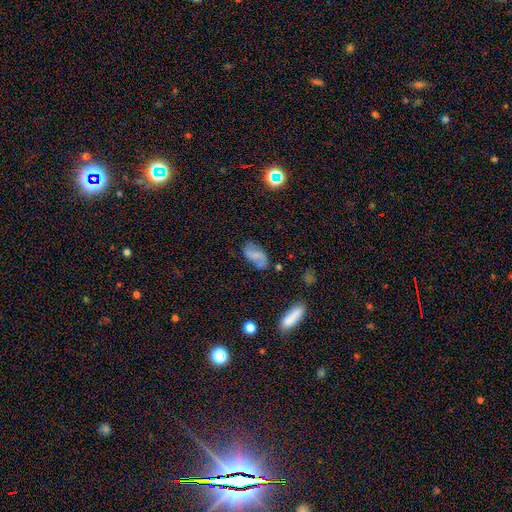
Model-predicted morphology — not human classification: This is possibly a smooth galaxy (46%). Merging: likely none (63%).